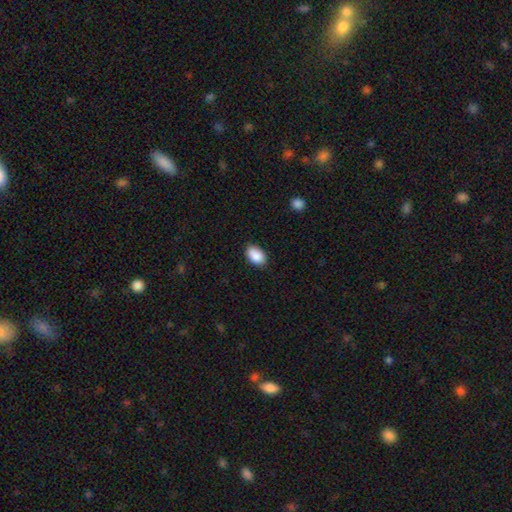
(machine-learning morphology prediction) smooth 89%, star or artifact 7%, featured or disk 4%. Down the decision tree: how rounded — in between (90%); merging — none (85%).